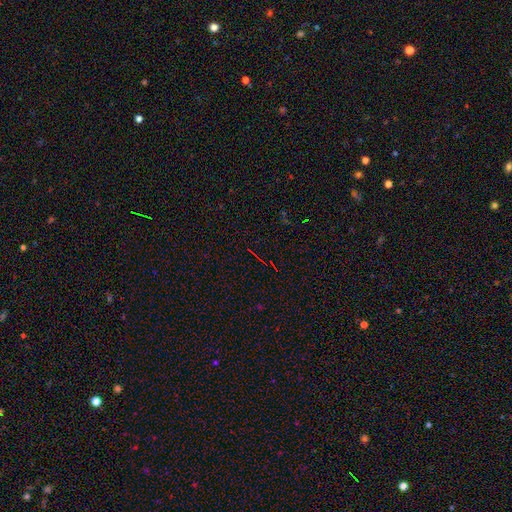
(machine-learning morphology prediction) A star or artifact, not a galaxy (75%).